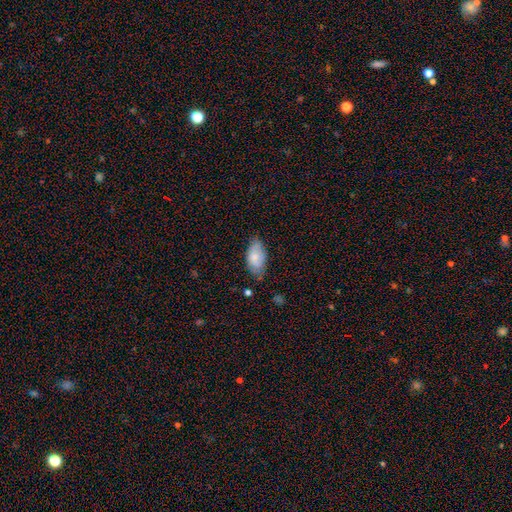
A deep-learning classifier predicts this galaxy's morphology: A smooth galaxy with no disk features (75%) that is in between round and cigar-shaped (93%). Merging: none (61%).